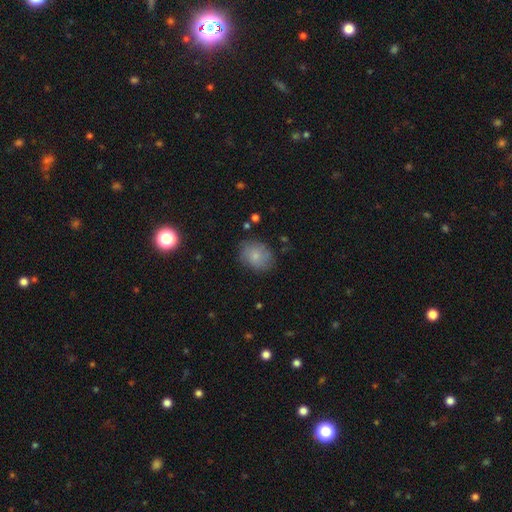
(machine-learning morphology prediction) A smooth galaxy with no disk features (75%) that is in between round and cigar-shaped (56%).

Vote fractions:
- Smooth or featured? smooth: 75% / featured or disk: 17% / star or artifact: 8%
- How rounded? in between: 56% / round: 43% / cigar-shaped: 1%
- Merging? none: 76% / minor disturbance: 17% / major disturbance: 5% / merger: 2%